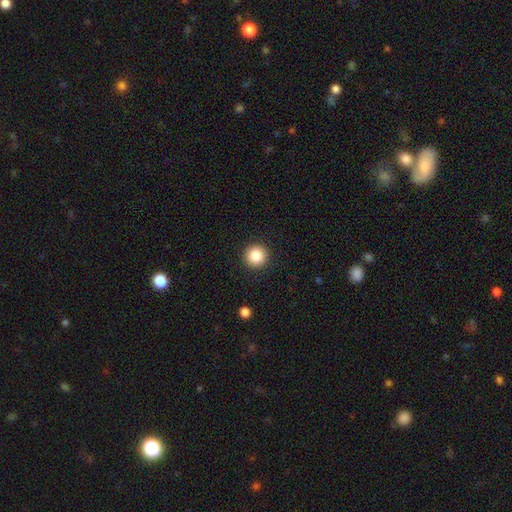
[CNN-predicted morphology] This is clearly a smooth galaxy (86%). How rounded: clearly round (96%). Merging: clearly none (93%).